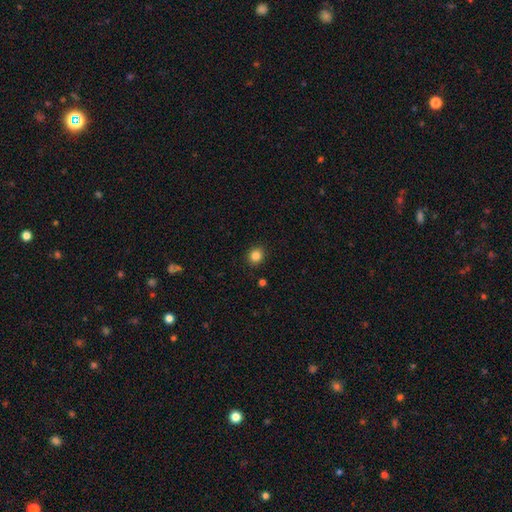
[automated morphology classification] smooth-or-featured: smooth: 84% | star or artifact: 11% | featured or disk: 4%
  how-rounded: round: 81% | in between: 18% | cigar-shaped: 1%
  merging: none: 90% | minor disturbance: 6% | major disturbance: 2% | merger: 1%